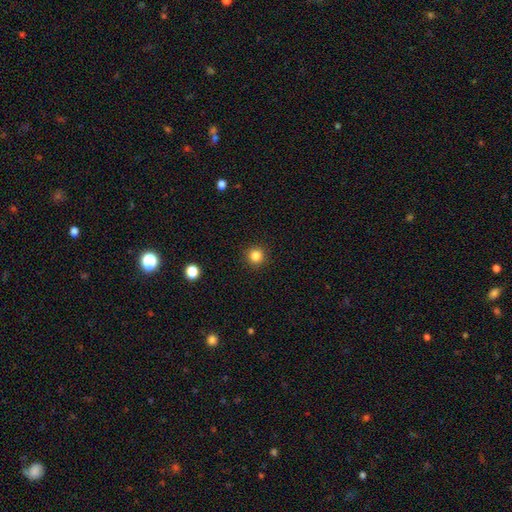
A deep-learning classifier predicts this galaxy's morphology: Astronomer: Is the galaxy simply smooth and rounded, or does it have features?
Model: smooth — 84%.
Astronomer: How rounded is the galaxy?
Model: round — 94%.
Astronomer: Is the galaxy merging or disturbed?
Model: none — 92%.